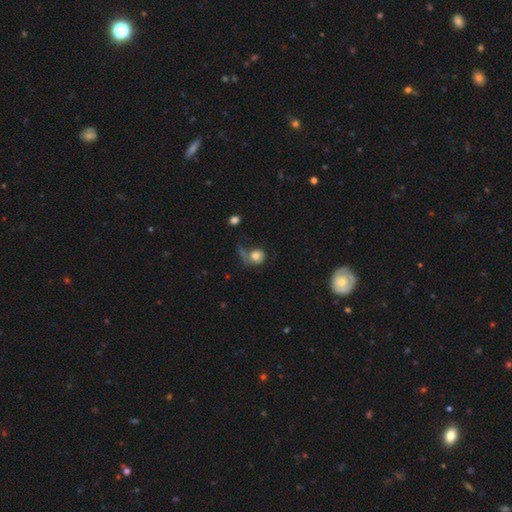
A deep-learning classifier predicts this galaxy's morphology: This appears to be a smooth galaxy with no disk features (72%) that is round (66%). Merging: major disturbance (33%).